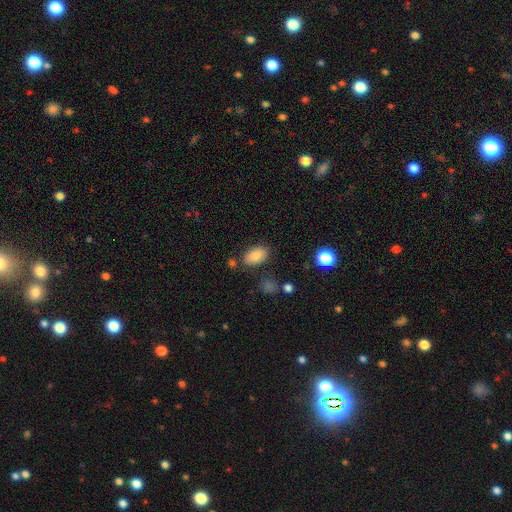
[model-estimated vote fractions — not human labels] smooth 85%, star or artifact 8%, featured or disk 7%. Down the decision tree: how rounded — in between (91%); merging — none (79%).